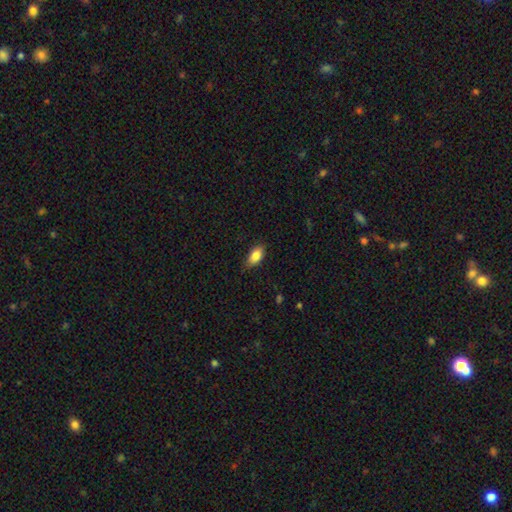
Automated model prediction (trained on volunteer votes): A smooth galaxy with no disk features (85%) that is in between round and cigar-shaped (90%). Merging: none (79%).